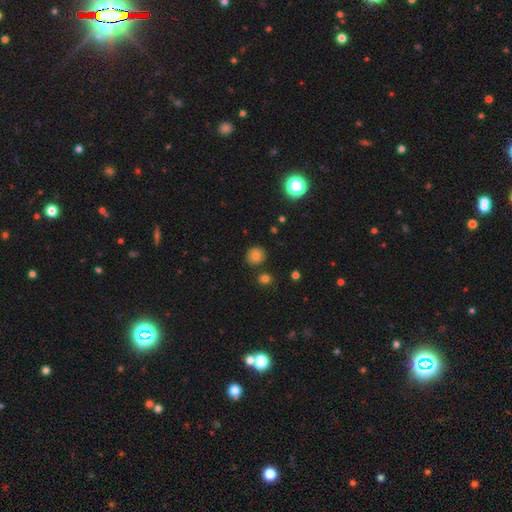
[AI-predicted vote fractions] Q: Smooth or featured?
A: smooth (74%); runner-up: star or artifact (14%)
Q: How rounded?
A: round (89%); runner-up: in between (10%)
Q: Merging?
A: none (84%); runner-up: minor disturbance (9%)